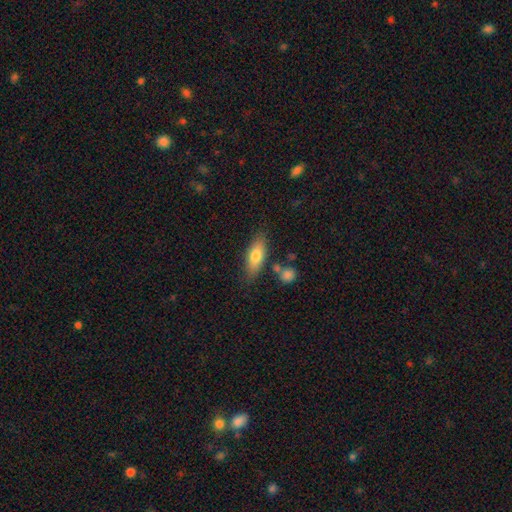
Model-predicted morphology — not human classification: Smooth or featured: smooth — 74% (featured or disk — 19%)
How rounded: in between — 69% (cigar-shaped — 28%)
Merging: none — 76% (minor disturbance — 14%)